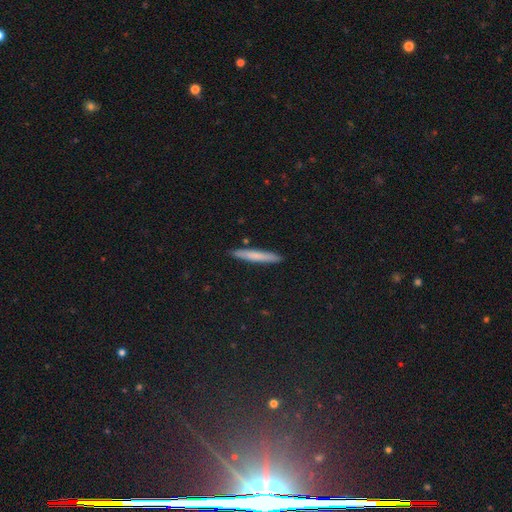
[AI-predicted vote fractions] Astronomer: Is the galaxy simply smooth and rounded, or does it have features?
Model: smooth — 71%.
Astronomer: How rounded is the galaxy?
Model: cigar-shaped — 95%.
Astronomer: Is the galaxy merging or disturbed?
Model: none — 90%.